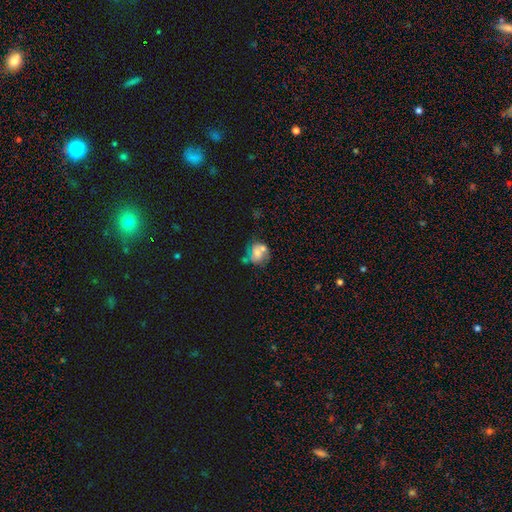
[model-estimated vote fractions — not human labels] Smooth or featured: featured or disk — 45% (smooth — 43%)
Merging: none — 41% (merger — 28%)